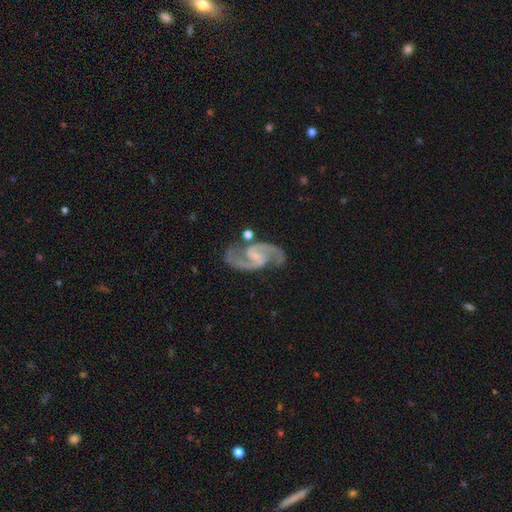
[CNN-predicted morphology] featured or disk 93%, star or artifact 4%, smooth 3%. Down the decision tree: edge-on disk — no (98%); bar — weak (51%); spiral arms — yes (98%); spiral arm count — 2 (95%); spiral winding — medium (64%); bulge size — small (59%); merging — none (76%).